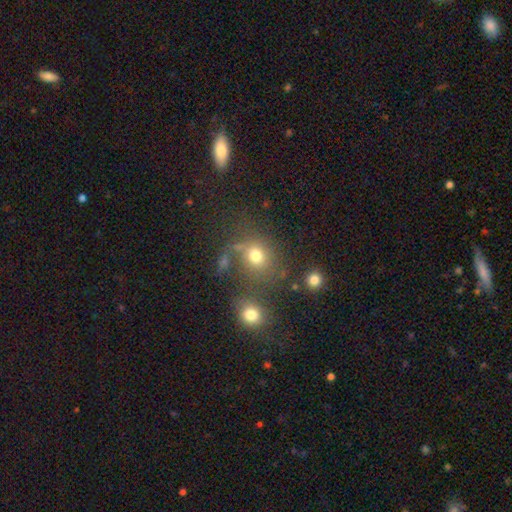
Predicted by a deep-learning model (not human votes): A smooth galaxy with no disk features (72%) that is round (72%). Merging: none (58%).